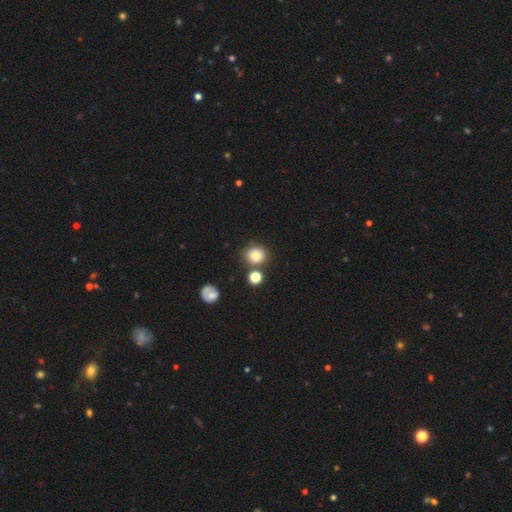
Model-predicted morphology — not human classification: A smooth galaxy with no disk features (83%) that is round (85%). Merging: none (75%).